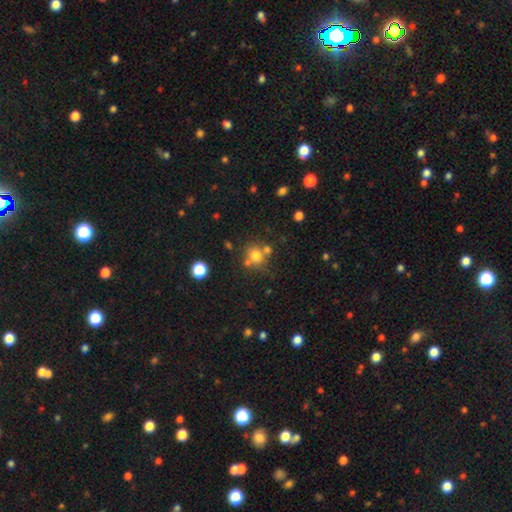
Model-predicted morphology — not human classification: Overall: smooth (74%). How rounded: round (80%). Merging: none (60%; merger 24%).